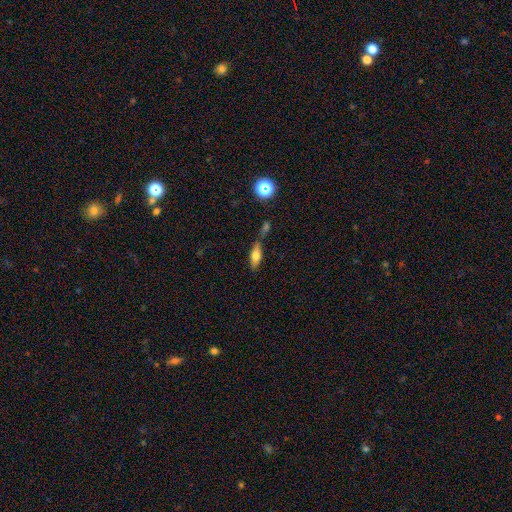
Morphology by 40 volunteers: smooth-or-featured: smooth: 55% | featured or disk: 38% | star or artifact: 8%
  how-rounded: in between: 55% | cigar-shaped: 41% | round: 5%
  merging: none: 59% | minor disturbance: 19% | merger: 14% | major disturbance: 8%